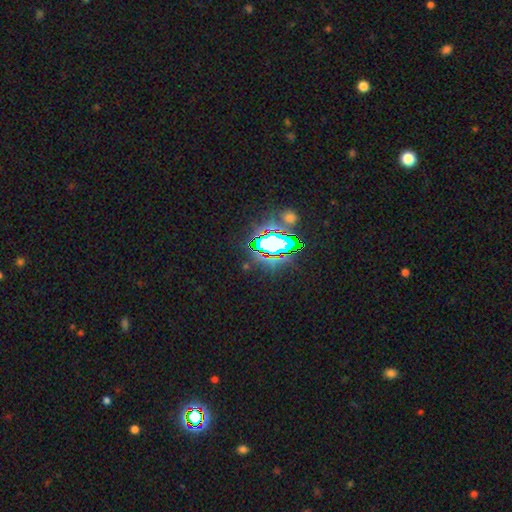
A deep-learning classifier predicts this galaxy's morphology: Smooth or featured?
  - star or artifact: 84% *
  - smooth: 9%
  - featured or disk: 7%